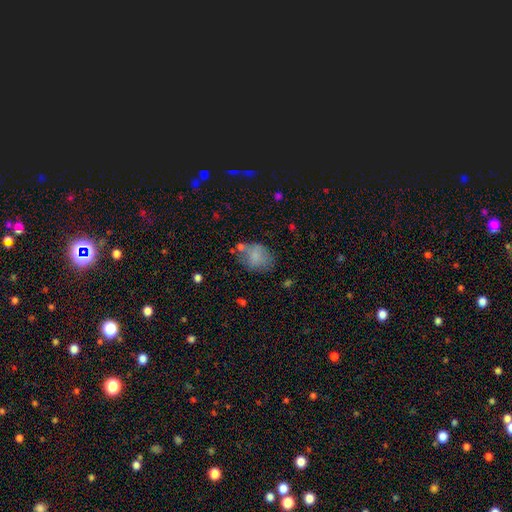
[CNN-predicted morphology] Q: Smooth or featured?
A: smooth (76%); runner-up: featured or disk (14%)
Q: How rounded?
A: in between (61%); runner-up: round (38%)
Q: Merging?
A: none (55%); runner-up: minor disturbance (25%)